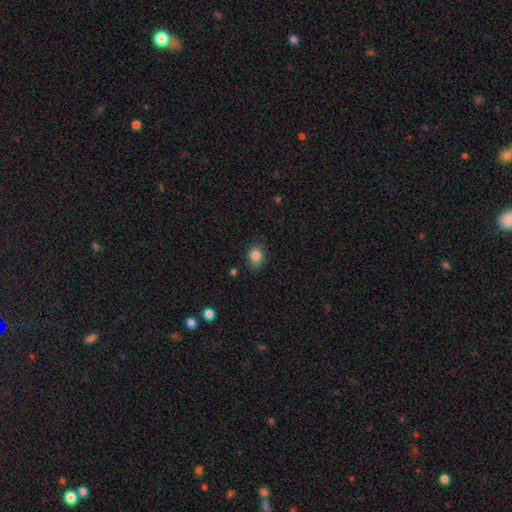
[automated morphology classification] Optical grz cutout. It shows a smooth galaxy with no disk features (85%) that is round (61%). Merging: none (80%).